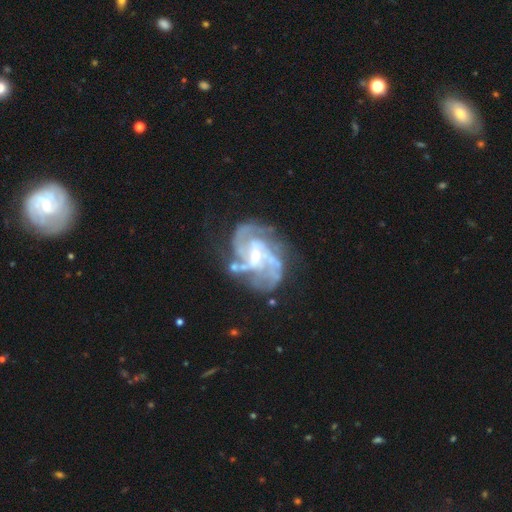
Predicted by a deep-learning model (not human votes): The model was most divided on "spiral arm count": 2: 37%, 3: 32%, can't tell: 13%, 4: 9%, 1: 5%, more than 4: 5%. Remaining: edge-on disk — no (98%); spiral arms — yes (97%); smooth or featured — featured or disk (91%); merging — none (57%); bulge size — small (53%); spiral winding — medium (52%); bar — weak (49%).